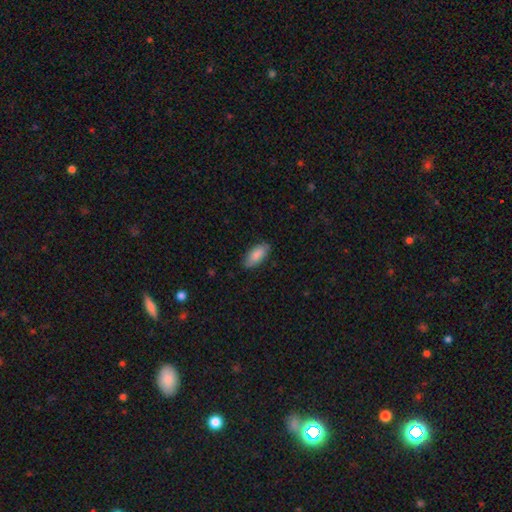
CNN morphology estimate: type=smooth (86%); roundness=in between (89%); merging=none (83%).